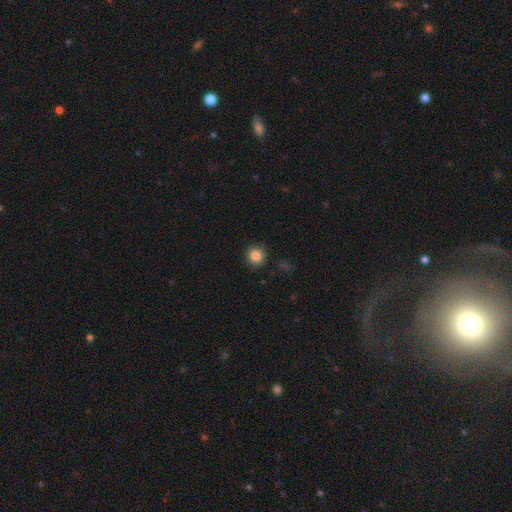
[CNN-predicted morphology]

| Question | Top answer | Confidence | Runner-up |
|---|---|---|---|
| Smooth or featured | smooth | 84% | star or artifact (10%) |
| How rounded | round | 93% | in between (6%) |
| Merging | none | 90% | minor disturbance (7%) |